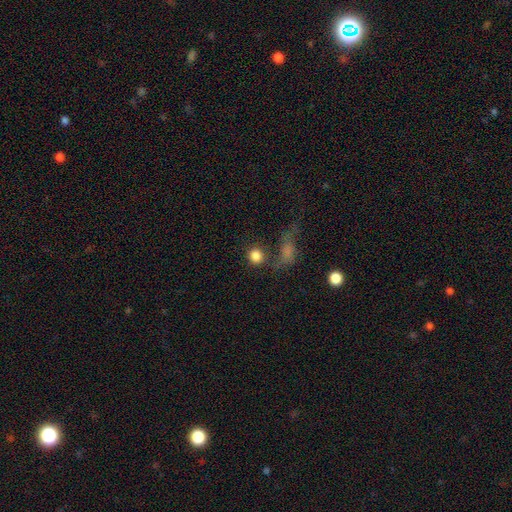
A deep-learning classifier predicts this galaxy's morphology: smooth-or-featured: smooth: 84% | star or artifact: 10% | featured or disk: 6%
  how-rounded: round: 84% | in between: 15% | cigar-shaped: 2%
  merging: none: 63% | merger: 17% | minor disturbance: 12% | major disturbance: 9%